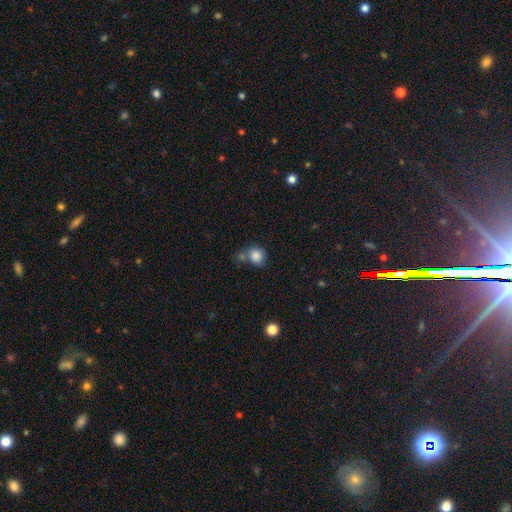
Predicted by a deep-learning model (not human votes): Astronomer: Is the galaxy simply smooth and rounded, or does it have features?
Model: smooth — 85%.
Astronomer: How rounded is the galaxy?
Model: round — 79%.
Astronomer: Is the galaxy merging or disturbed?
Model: none — 49% (runner-up: merger, 27%).